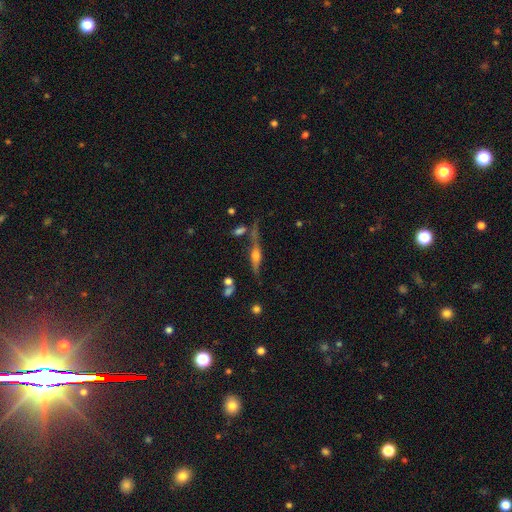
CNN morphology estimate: A featured or disk galaxy (72%) viewed edge-on (94%) with a rounded central bulge (89%). Merging: none (67%).